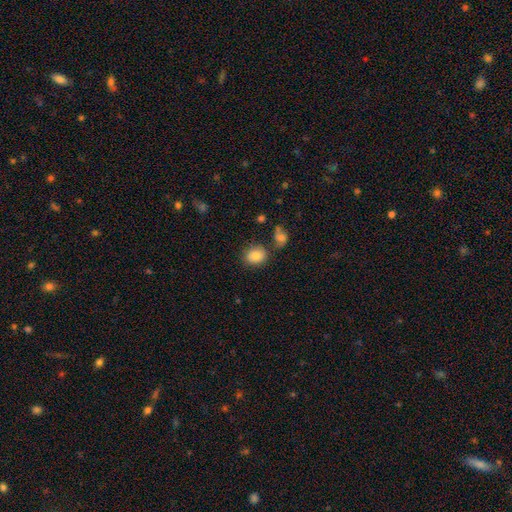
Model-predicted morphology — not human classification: A smooth galaxy with no disk features (83%) that is round (61%). Merging: none (76%).